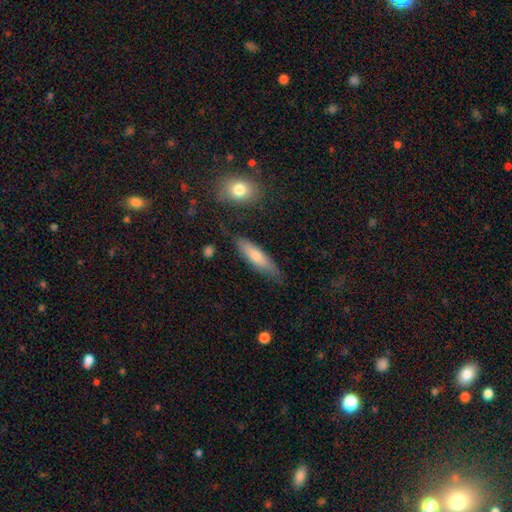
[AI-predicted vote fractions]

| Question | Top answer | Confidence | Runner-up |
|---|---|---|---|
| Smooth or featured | smooth | 66% | featured or disk (27%) |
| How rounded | cigar-shaped | 71% | in between (27%) |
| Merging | none | 75% | minor disturbance (18%) |